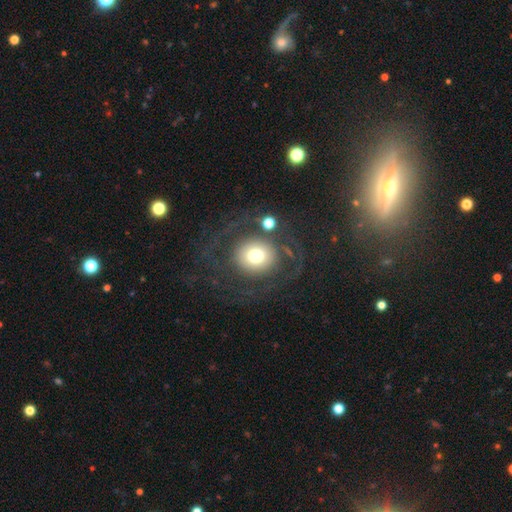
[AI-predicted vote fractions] A smooth galaxy with no disk features (46%). Merging: none (65%).